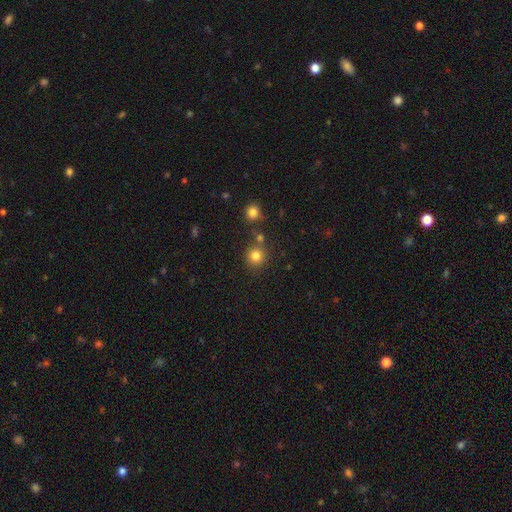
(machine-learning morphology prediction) Smooth or featured? smooth (81%)
How rounded? round (92%)
Merging? none (78%)